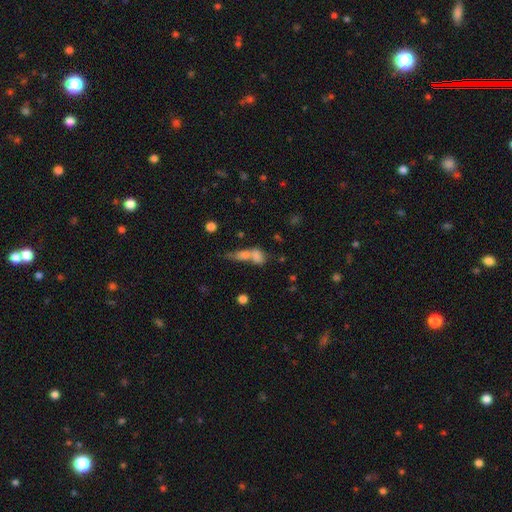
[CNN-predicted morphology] Smooth or featured? Predicted: smooth (p=0.70). How rounded? Predicted: in between (p=0.63). Merging? Predicted: merger (p=0.63).